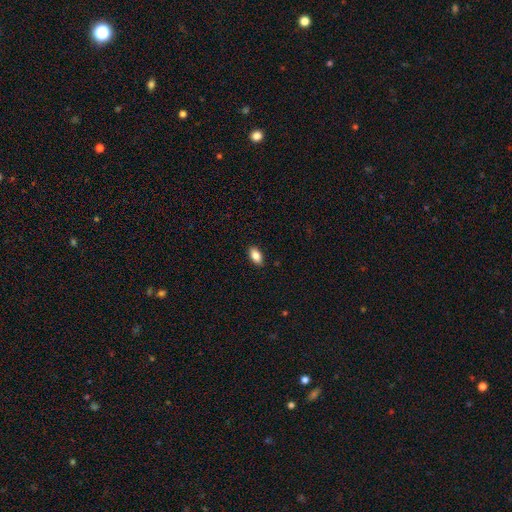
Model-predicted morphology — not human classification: A smooth galaxy with no disk features (85%) that is in between round and cigar-shaped (91%).

Vote fractions:
- Smooth or featured? smooth: 85% / star or artifact: 7% / featured or disk: 7%
- How rounded? in between: 91% / cigar-shaped: 5% / round: 4%
- Merging? none: 88% / minor disturbance: 9% / major disturbance: 2% / merger: 1%